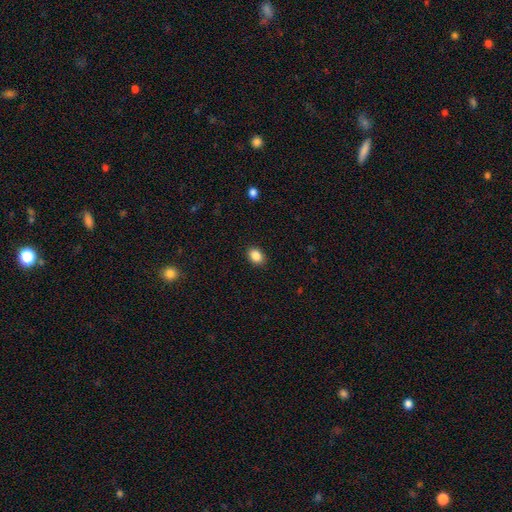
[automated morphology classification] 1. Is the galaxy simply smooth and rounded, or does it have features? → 87% smooth, 9% star or artifact, 4% featured or disk.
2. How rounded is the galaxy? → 69% in between, 30% round, 1% cigar-shaped.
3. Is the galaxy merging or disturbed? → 90% none, 7% minor disturbance, 2% major disturbance, 1% merger.